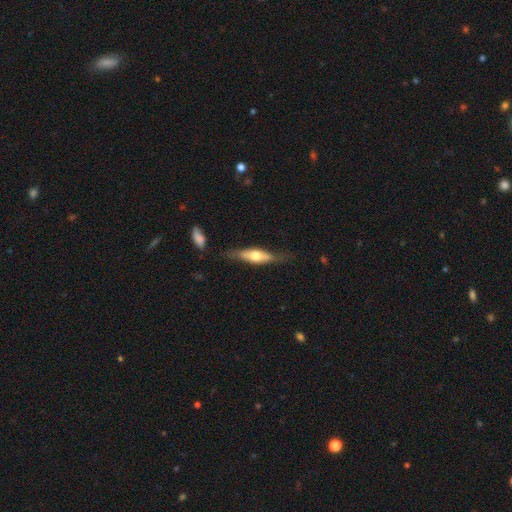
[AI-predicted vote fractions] featured or disk 50%, smooth 44%, star or artifact 6%. Down the decision tree: edge-on disk — yes (82%); merging — none (70%).